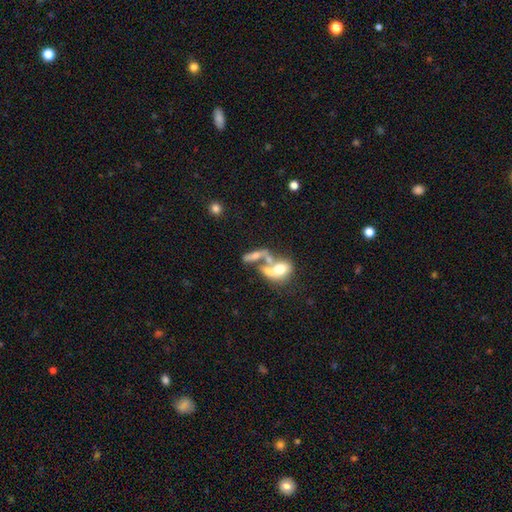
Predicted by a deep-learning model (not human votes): smooth_or_featured: smooth (p=0.46) [alt: featured or disk p=0.40]
merging: merger (p=0.61) [alt: none p=0.19]